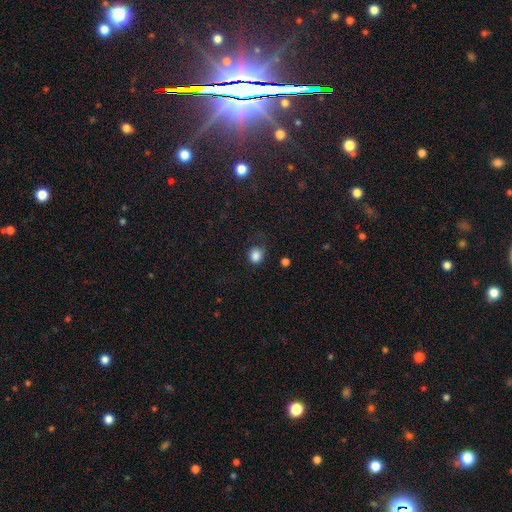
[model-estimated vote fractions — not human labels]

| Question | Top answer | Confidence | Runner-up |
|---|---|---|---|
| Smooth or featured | smooth | 85% | star or artifact (11%) |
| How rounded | round | 78% | in between (21%) |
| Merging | none | 70% | minor disturbance (20%) |